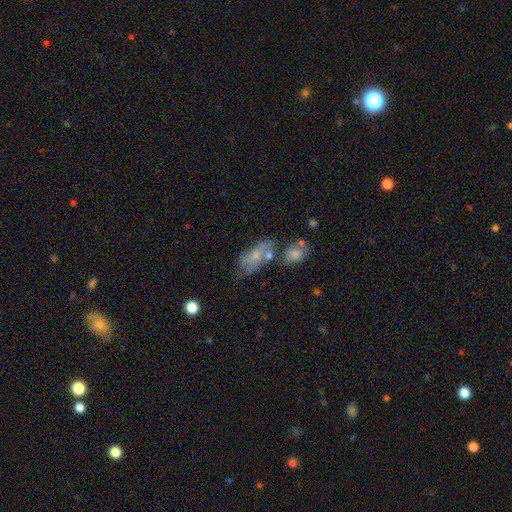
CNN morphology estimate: smooth-or-featured: smooth: 51% | featured or disk: 40% | star or artifact: 9%
  how-rounded: in between: 84% | cigar-shaped: 9% | round: 6%
  merging: none: 39% | merger: 25% | minor disturbance: 22% | major disturbance: 13%